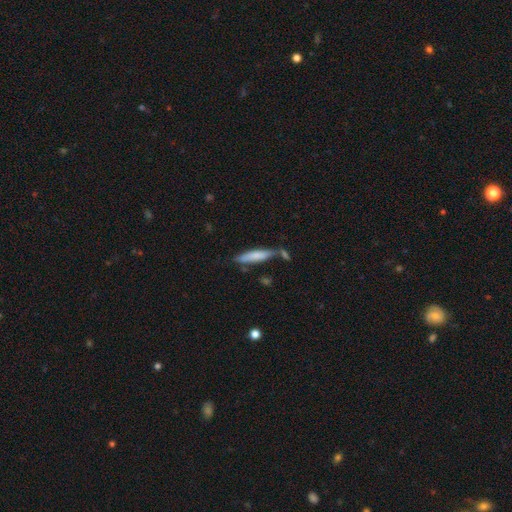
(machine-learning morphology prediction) Smooth or featured? Predicted: smooth (p=0.71). How rounded? Predicted: cigar-shaped (p=0.85). Merging? Predicted: none (p=0.65).